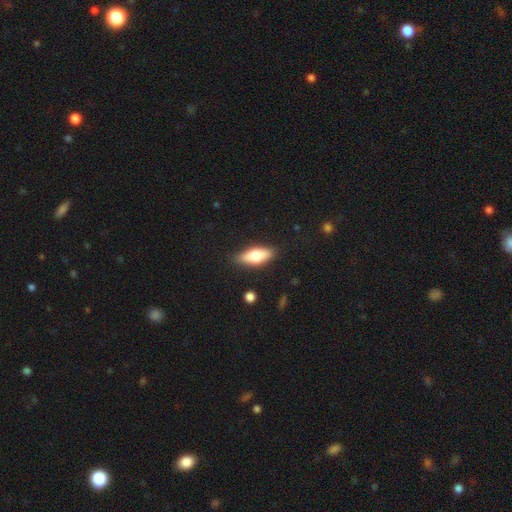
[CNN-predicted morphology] Smooth or featured: smooth — 65% (featured or disk — 29%)
How rounded: in between — 71% (cigar-shaped — 26%)
Merging: none — 85% (minor disturbance — 12%)